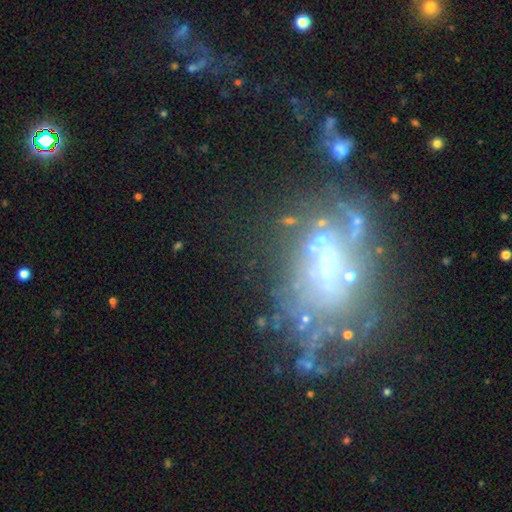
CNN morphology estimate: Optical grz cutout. It shows a featured or disk galaxy (70%) with no bar (56%), spiral arms (58%) and a small central bulge (32%). Merging: none (46%).